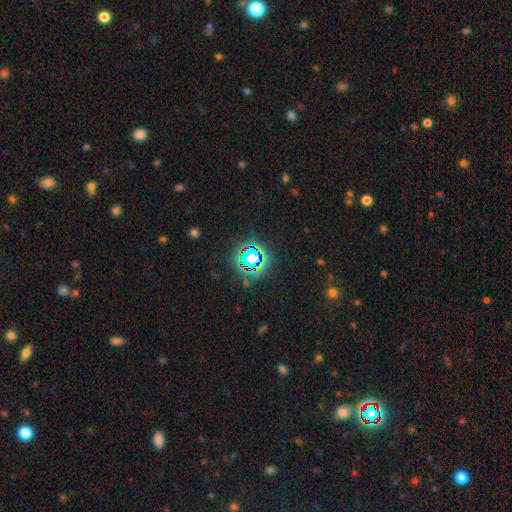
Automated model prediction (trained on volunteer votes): Q: Smooth or featured?
A: star or artifact (76%); runner-up: smooth (16%)